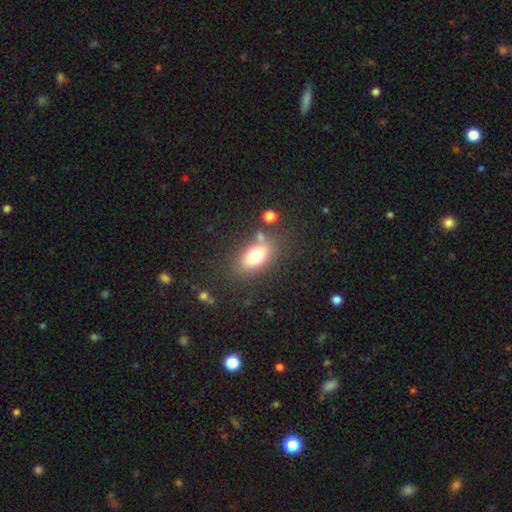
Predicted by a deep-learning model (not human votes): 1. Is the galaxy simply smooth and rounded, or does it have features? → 74% smooth, 16% featured or disk, 10% star or artifact.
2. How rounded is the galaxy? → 83% in between, 11% round, 6% cigar-shaped.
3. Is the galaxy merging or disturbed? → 73% none, 14% minor disturbance, 8% merger, 5% major disturbance.